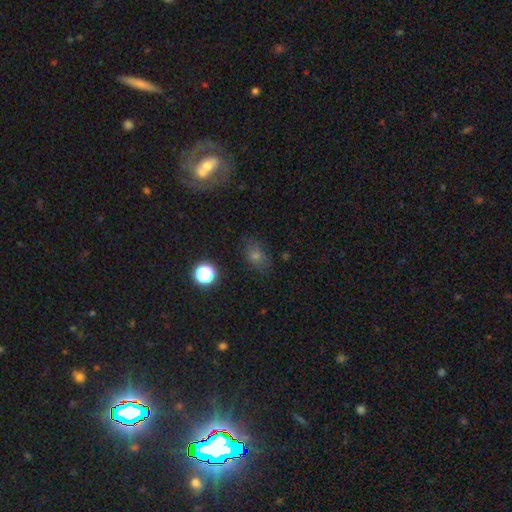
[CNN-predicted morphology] smooth 54%, star or artifact 27%, featured or disk 19%. Down the decision tree: how rounded — in between (66%); merging — none (75%).